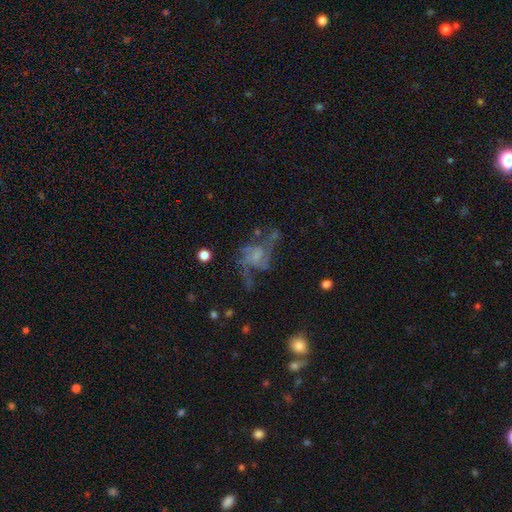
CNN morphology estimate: Smooth or featured?
  - featured or disk: 60% *
  - smooth: 23%
  - star or artifact: 17%
Edge-on disk?
  - no: 96% *
  - yes: 4%
Bar?
  - no: 74% *
  - weak: 21%
  - strong: 5%
Spiral arms?
  - yes: 60% *
  - no: 40%
Bulge size?
  - none: 51% *
  - small: 26%
  - moderate: 16%
  - large: 5%
  - dominant: 2%
Merging?
  - major disturbance: 43% *
  - none: 34%
  - minor disturbance: 17%
  - merger: 6%